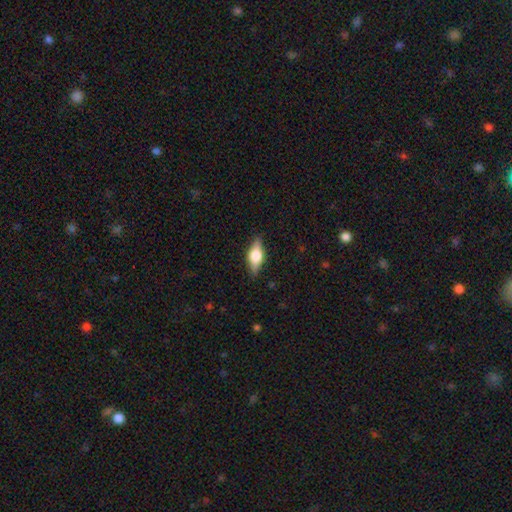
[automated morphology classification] The model was most divided on "smooth or featured": smooth: 48%, featured or disk: 45%, star or artifact: 7%. More confident: merging — none (85%).